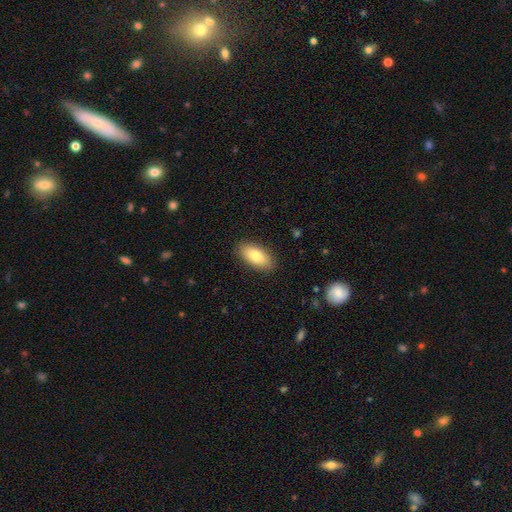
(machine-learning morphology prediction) A smooth galaxy with no disk features (82%) that is in between round and cigar-shaped (88%).

Vote fractions:
- Smooth or featured? smooth: 82% / featured or disk: 12% / star or artifact: 6%
- How rounded? in between: 88% / cigar-shaped: 9% / round: 3%
- Merging? none: 88% / minor disturbance: 9% / major disturbance: 2% / merger: 1%